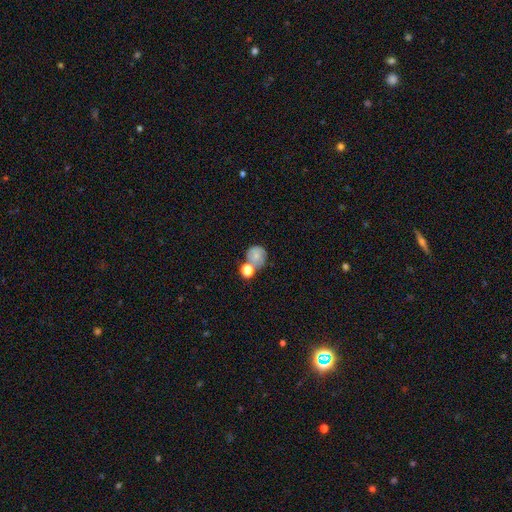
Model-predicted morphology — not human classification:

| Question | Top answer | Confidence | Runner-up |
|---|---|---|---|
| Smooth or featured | smooth | 69% | featured or disk (20%) |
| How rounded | round | 78% | in between (21%) |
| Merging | none | 43% | merger (35%) |